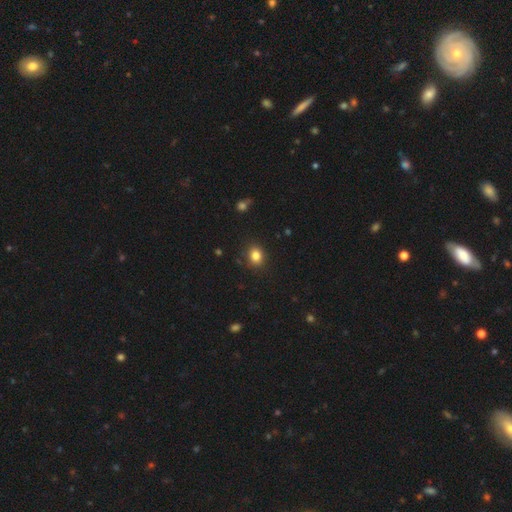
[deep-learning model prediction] Morphology: type=smooth (84%); roundness=round (58%); merging=none (86%).